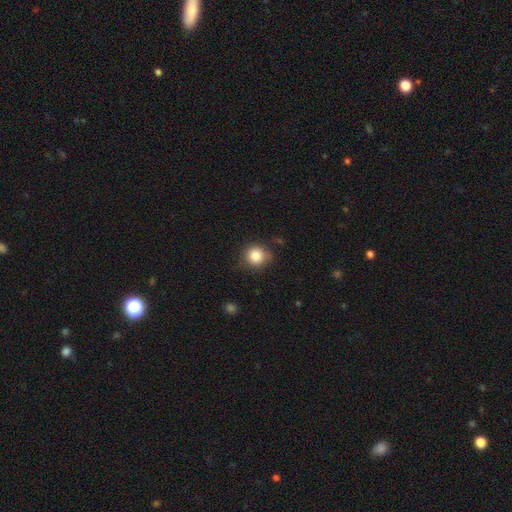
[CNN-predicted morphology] Overall: smooth (83%). How rounded: round (89%). Merging: none (80%).